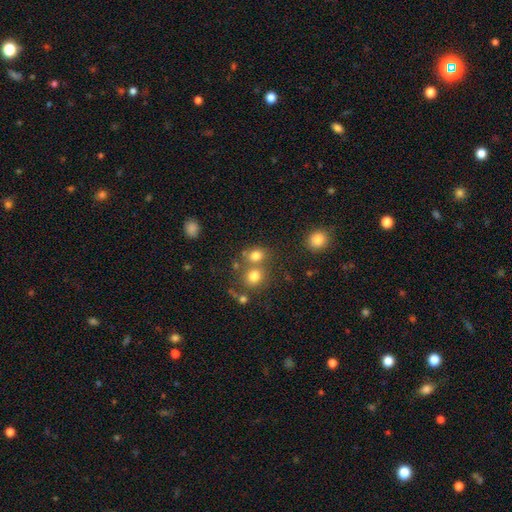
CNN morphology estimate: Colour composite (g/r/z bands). It shows a smooth galaxy with no disk features (76%) that is round (68%). Merging: none (53%).